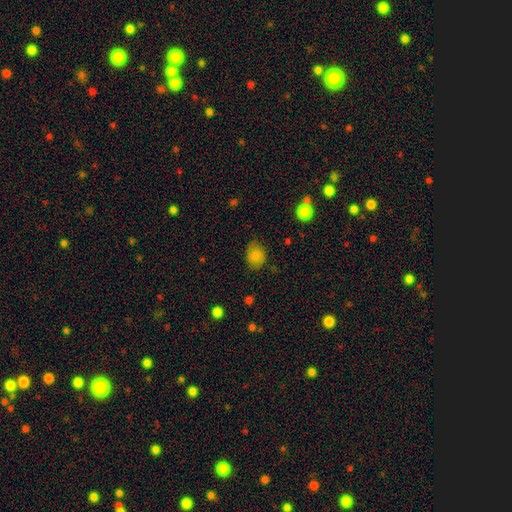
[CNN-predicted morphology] Q: Smooth or featured?
A: smooth (82%); runner-up: star or artifact (10%)
Q: How rounded?
A: in between (55%); runner-up: round (44%)
Q: Merging?
A: none (73%); runner-up: minor disturbance (21%)